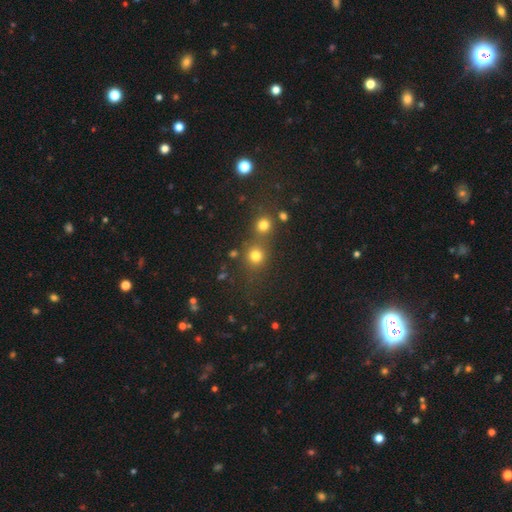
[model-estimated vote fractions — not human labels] smooth-or-featured: smooth: 75% | star or artifact: 18% | featured or disk: 7%
  how-rounded: round: 87% | in between: 12% | cigar-shaped: 1%
  merging: none: 60% | merger: 29% | minor disturbance: 8% | major disturbance: 4%